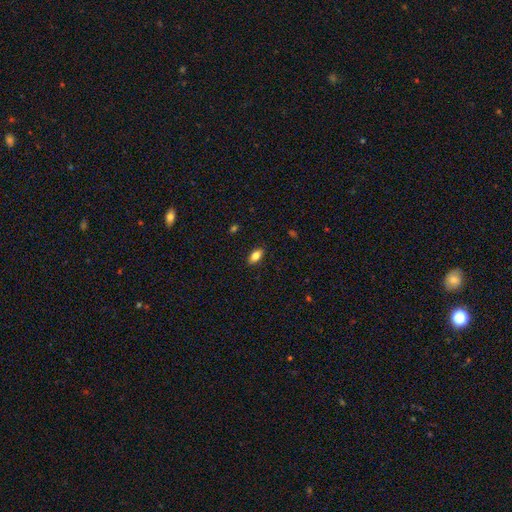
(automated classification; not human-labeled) This is likely a smooth galaxy (79%). How rounded: clearly in between (89%). Merging: clearly none (88%).